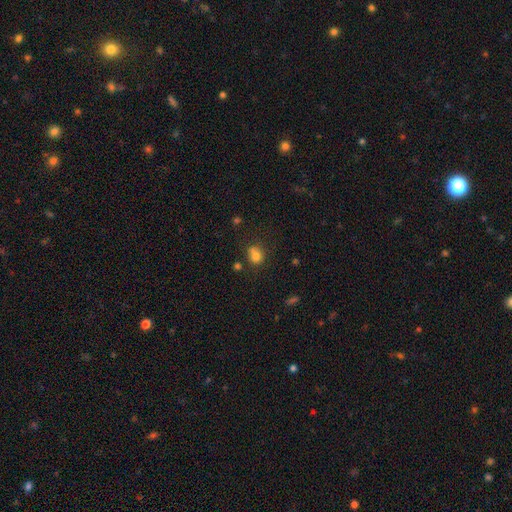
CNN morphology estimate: Overall: smooth (77%). How rounded: round (69%; in between 30%). Merging: none (51%; merger 23%).